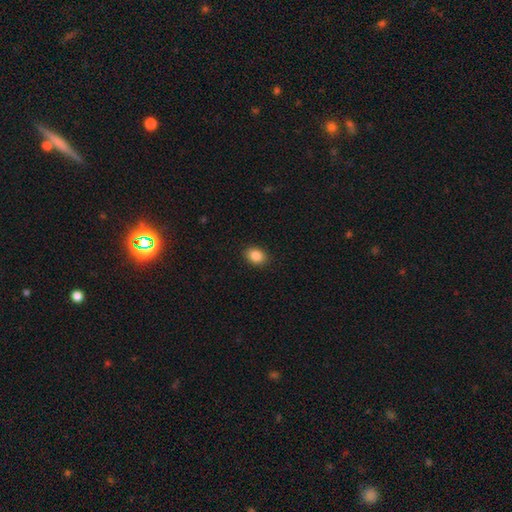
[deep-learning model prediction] This is clearly a smooth galaxy (87%). How rounded: likely in between (64%). Merging: clearly none (90%).